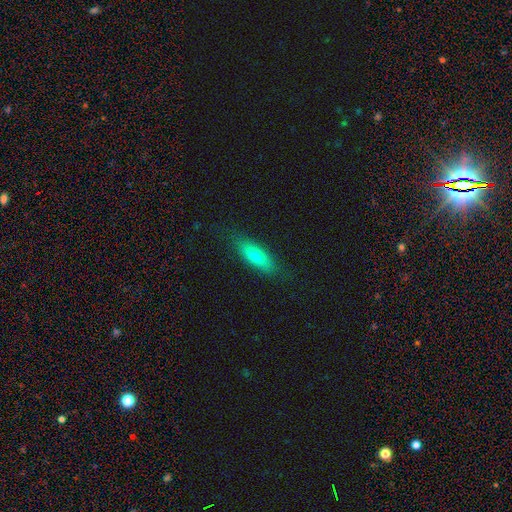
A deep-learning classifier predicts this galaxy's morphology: type=smooth (74%); roundness=in between (58%); merging=none (82%).